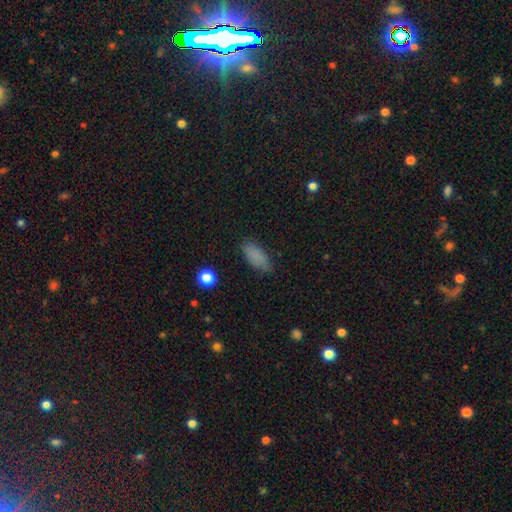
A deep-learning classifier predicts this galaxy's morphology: A smooth galaxy with no disk features (84%) that is in between round and cigar-shaped (80%). Merging: none (79%).